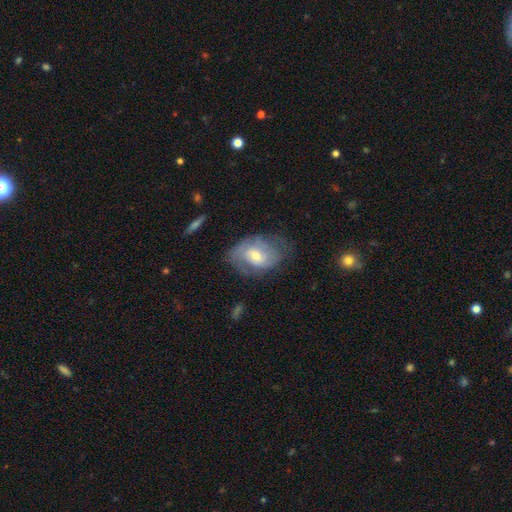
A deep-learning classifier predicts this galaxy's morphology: type=featured or disk (62%); edge-on=no (95%); bar=no (55%); spiral arms=yes (77%); bulge=moderate (51%); merging=none (57%).